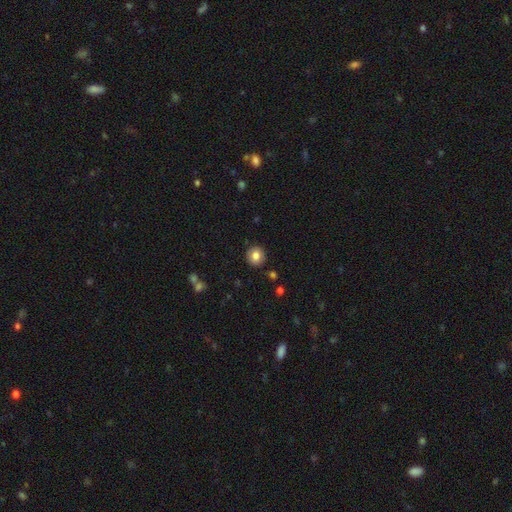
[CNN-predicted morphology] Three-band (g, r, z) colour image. It shows a smooth galaxy with no disk features (81%) that is round (88%). Merging: none (90%).